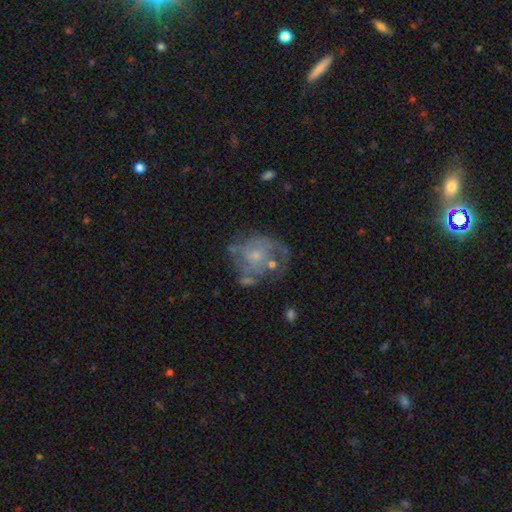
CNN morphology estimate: featured or disk 69%, smooth 23%, star or artifact 8%. Down the decision tree: edge-on disk — no (98%); bar — no (80%); spiral arms — yes (66%); bulge size — small (68%); merging — none (45%).